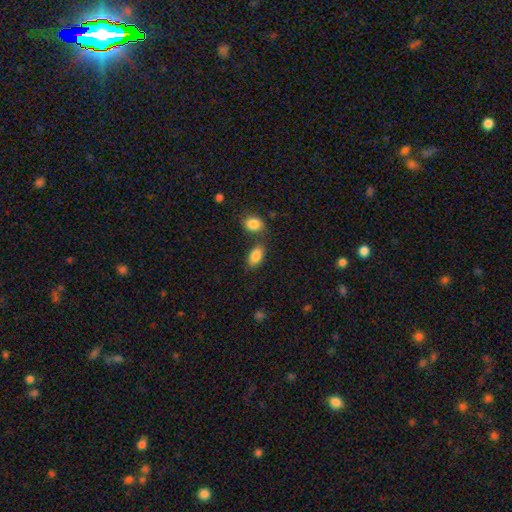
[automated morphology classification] smooth_or_featured: smooth (p=0.86) [alt: star or artifact p=0.07]
how_rounded: in between (p=0.91) [alt: round p=0.07]
merging: none (p=0.65) [alt: merger p=0.18]